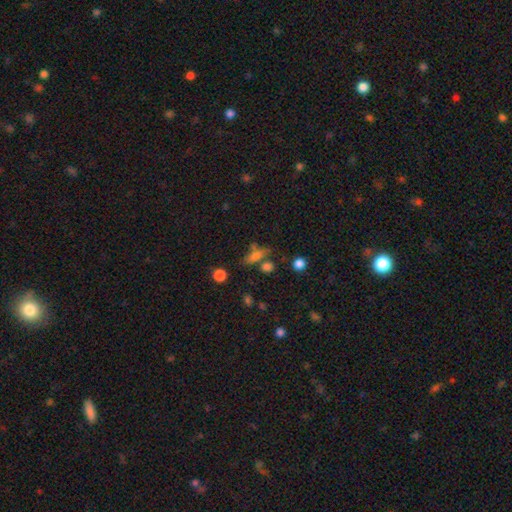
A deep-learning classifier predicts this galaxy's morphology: Q: Smooth or featured?
A: smooth (68%); runner-up: star or artifact (17%)
Q: How rounded?
A: in between (47%); runner-up: cigar-shaped (42%)
Q: Merging?
A: none (57%); runner-up: merger (17%)